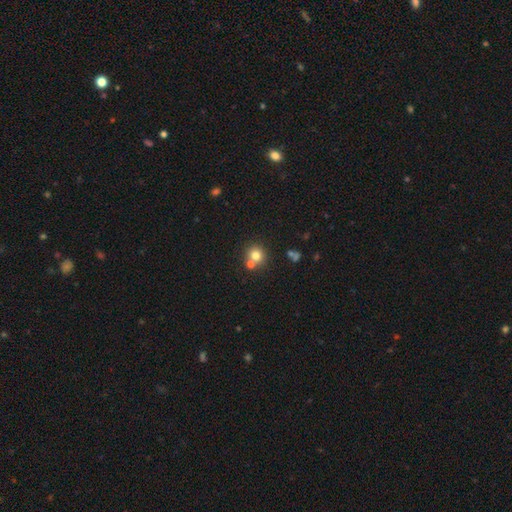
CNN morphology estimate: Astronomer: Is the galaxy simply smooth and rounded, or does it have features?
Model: smooth — 75%.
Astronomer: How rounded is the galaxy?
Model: round — 88%.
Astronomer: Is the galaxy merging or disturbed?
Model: none — 62%.